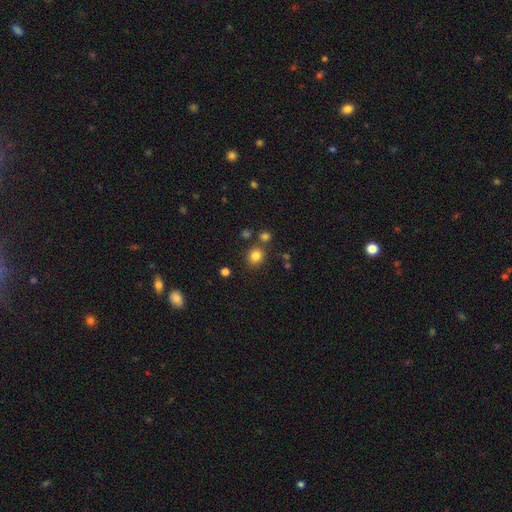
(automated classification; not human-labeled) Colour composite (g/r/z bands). It shows a smooth galaxy with no disk features (81%) that is round (80%). Merging: none (78%).